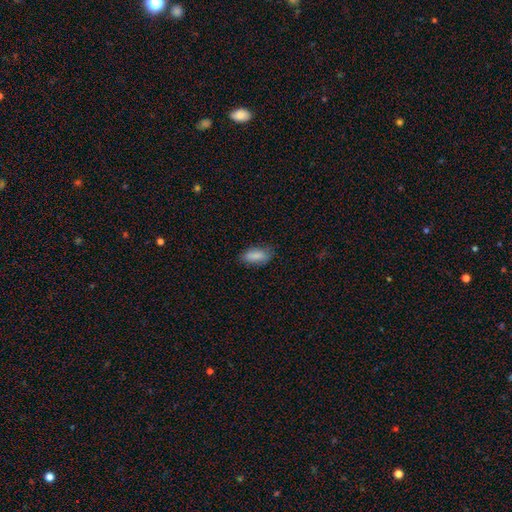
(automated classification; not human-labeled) Morphology: type=smooth (86%); roundness=in between (81%); merging=none (77%).